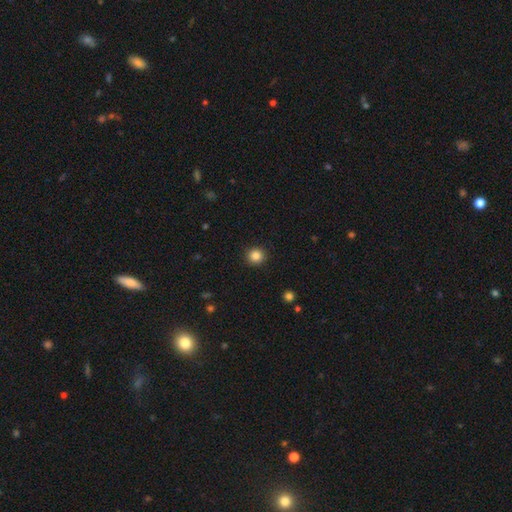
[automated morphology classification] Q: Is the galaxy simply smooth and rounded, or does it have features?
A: smooth — 84%.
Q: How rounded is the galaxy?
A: round — 94%.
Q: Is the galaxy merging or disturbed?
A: none — 93%.